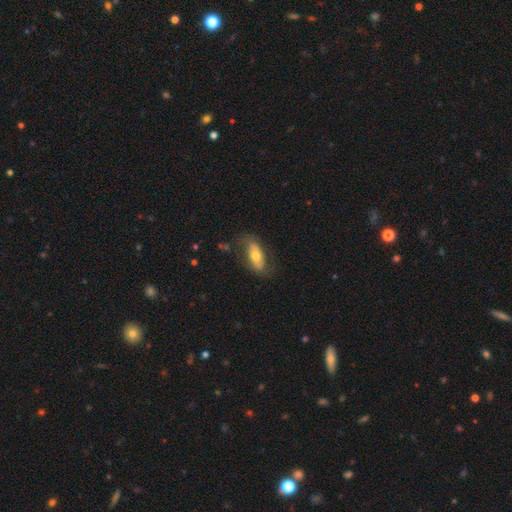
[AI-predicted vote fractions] Smooth or featured?
  - featured or disk: 48% *
  - smooth: 46%
  - star or artifact: 7%
Merging?
  - none: 67% *
  - minor disturbance: 21%
  - major disturbance: 11%
  - merger: 2%